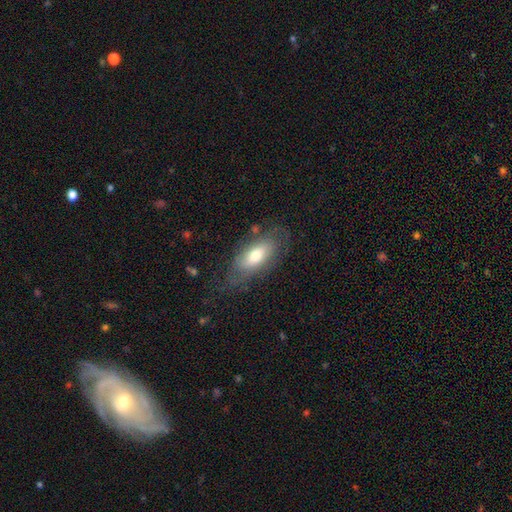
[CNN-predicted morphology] Smooth or featured? smooth (52%)
How rounded? in between (84%)
Merging? none (65%)